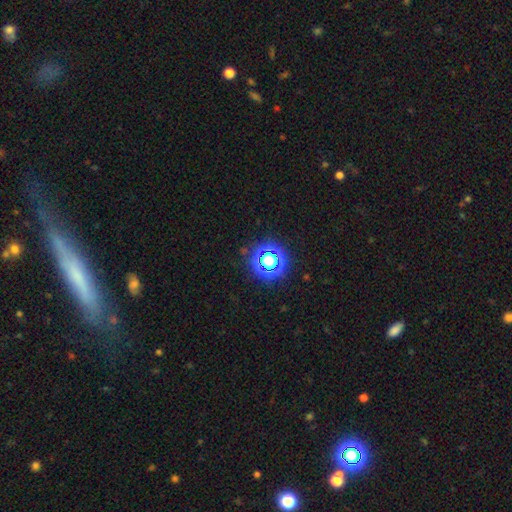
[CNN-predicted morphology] This appears to be a star or artifact, not a galaxy (41%).